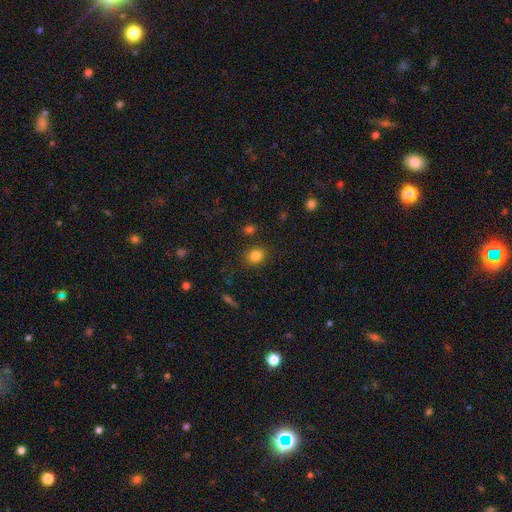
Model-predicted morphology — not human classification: smooth_or_featured: smooth (p=0.83) [alt: star or artifact p=0.11]
how_rounded: round (p=0.59) [alt: in between p=0.40]
merging: none (p=0.85) [alt: minor disturbance p=0.09]